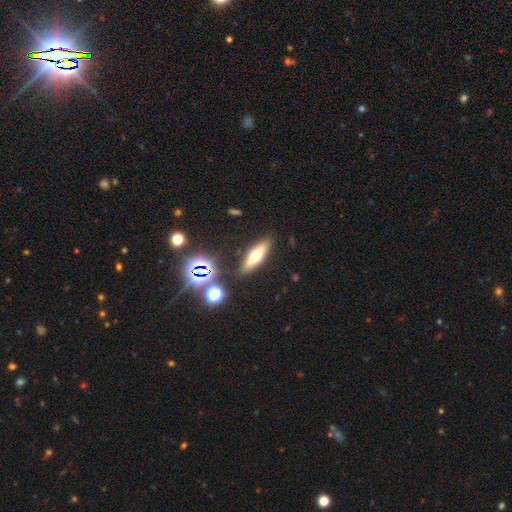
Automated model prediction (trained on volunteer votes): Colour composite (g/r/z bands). It shows a smooth galaxy with no disk features (49%). Merging: none (86%).